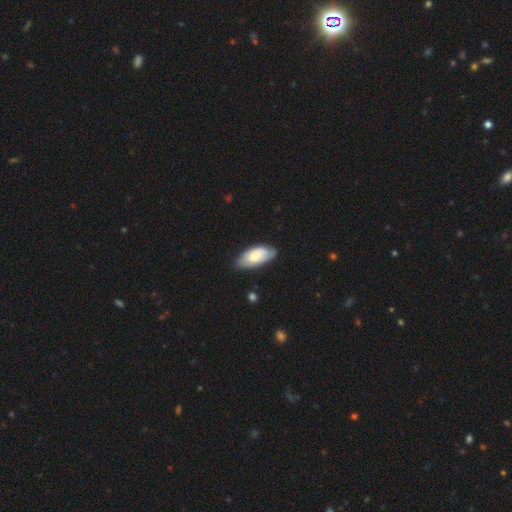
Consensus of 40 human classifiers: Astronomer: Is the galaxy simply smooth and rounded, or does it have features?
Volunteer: smooth — 70%.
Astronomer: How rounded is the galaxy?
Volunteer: in between — 93%.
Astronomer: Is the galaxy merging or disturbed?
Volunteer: minor disturbance — 47% (runner-up: none, 37%).